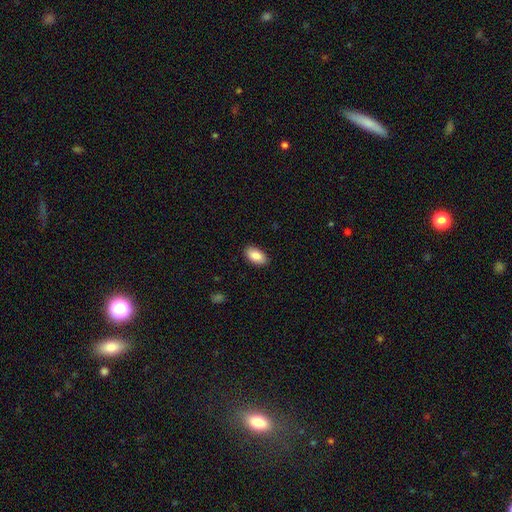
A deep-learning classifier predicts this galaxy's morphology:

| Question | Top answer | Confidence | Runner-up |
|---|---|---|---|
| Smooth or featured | smooth | 87% | featured or disk (7%) |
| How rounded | in between | 94% | round (3%) |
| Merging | none | 88% | minor disturbance (9%) |